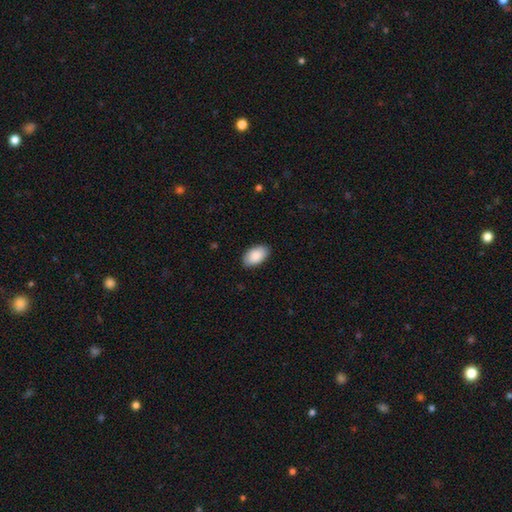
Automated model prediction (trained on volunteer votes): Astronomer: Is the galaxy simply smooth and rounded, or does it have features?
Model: smooth — 90%.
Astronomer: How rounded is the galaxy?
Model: in between — 95%.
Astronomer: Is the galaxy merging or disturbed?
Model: none — 87%.